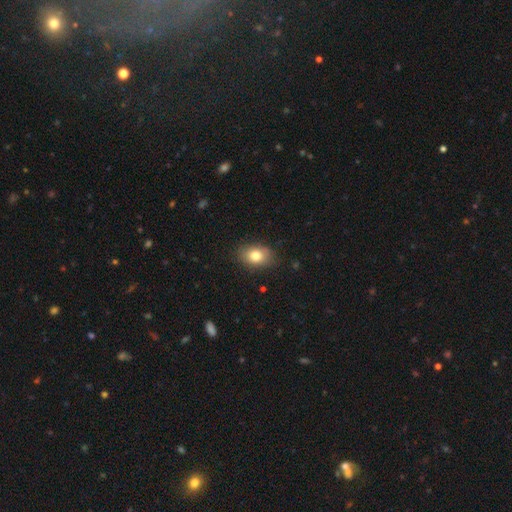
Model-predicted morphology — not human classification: Smooth or featured: smooth — 80% (featured or disk — 11%)
How rounded: in between — 77% (round — 22%)
Merging: none — 82% (minor disturbance — 14%)